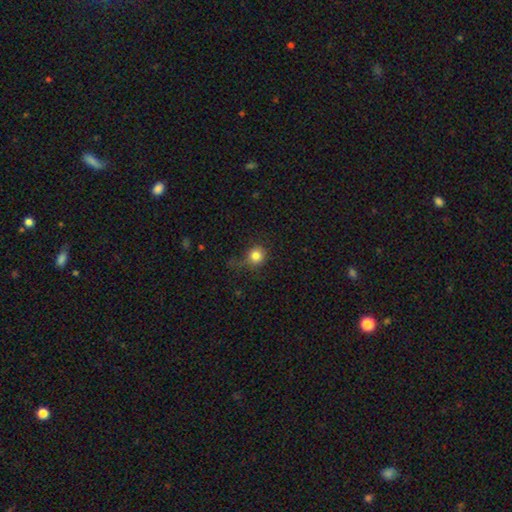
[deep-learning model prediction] A smooth galaxy with no disk features (82%) that is round (86%). Merging: none (62%).